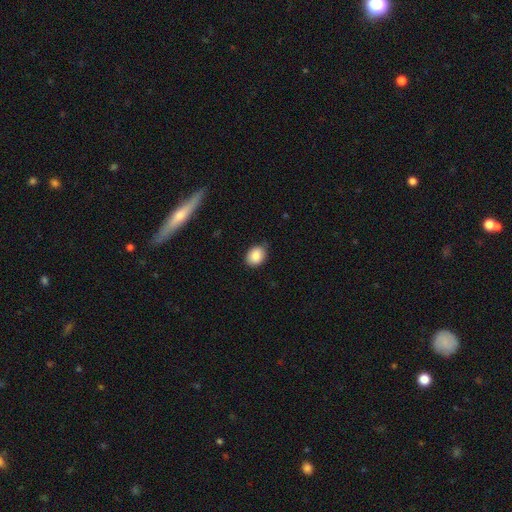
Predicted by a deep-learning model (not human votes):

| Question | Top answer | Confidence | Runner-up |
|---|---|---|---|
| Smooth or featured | smooth | 87% | star or artifact (8%) |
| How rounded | in between | 55% | round (44%) |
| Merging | none | 79% | minor disturbance (17%) |